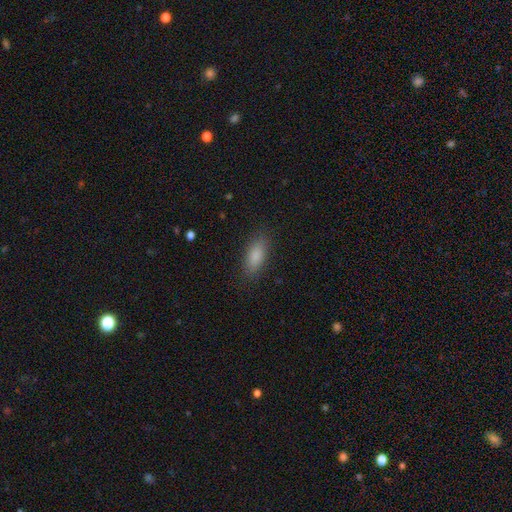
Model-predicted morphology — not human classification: Smooth or featured: smooth — 87% (star or artifact — 7%)
How rounded: in between — 79% (cigar-shaped — 19%)
Merging: none — 86% (minor disturbance — 10%)